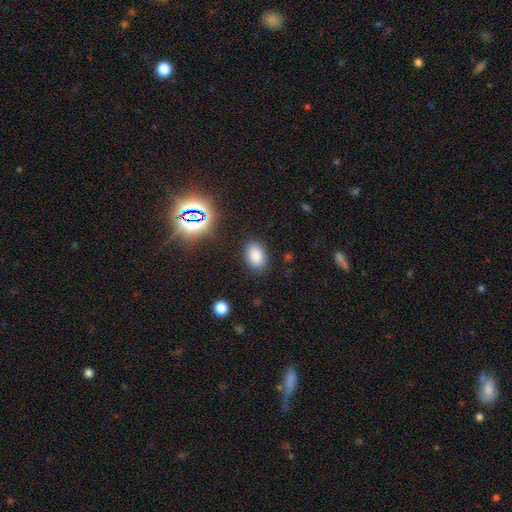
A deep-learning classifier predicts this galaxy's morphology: Smooth or featured?
  - smooth: 81% *
  - star or artifact: 12%
  - featured or disk: 7%
How rounded?
  - in between: 86% *
  - round: 13%
  - cigar-shaped: 1%
Merging?
  - none: 85% *
  - minor disturbance: 11%
  - major disturbance: 3%
  - merger: 2%